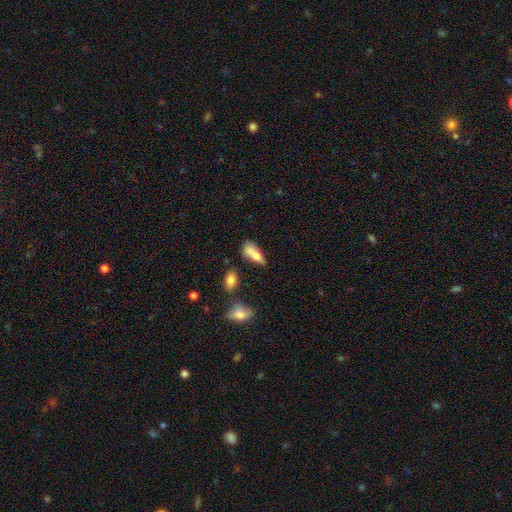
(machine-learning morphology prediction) A smooth galaxy with no disk features (69%) that is in between round and cigar-shaped (75%). Merging: none (37%).